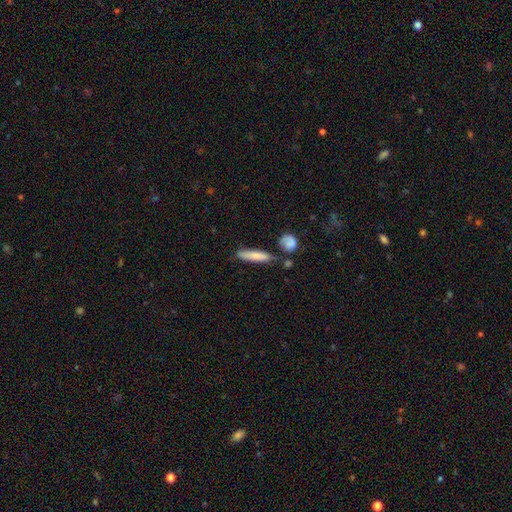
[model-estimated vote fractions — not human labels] Smooth or featured? smooth (78%)
How rounded? cigar-shaped (80%)
Merging? none (70%)